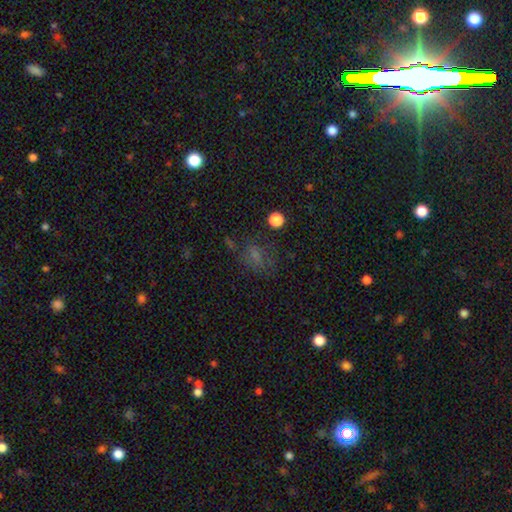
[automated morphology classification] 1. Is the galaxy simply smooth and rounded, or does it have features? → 55% smooth, 28% star or artifact, 17% featured or disk.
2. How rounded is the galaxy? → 59% in between, 38% round, 3% cigar-shaped.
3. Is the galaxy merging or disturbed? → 58% none, 20% minor disturbance, 17% major disturbance, 4% merger.